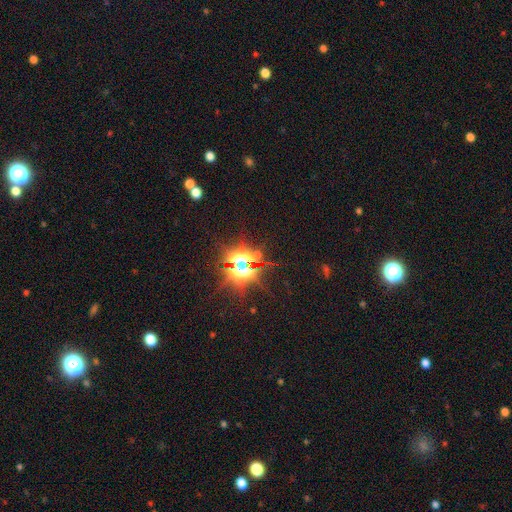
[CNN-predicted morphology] smooth_or_featured: star or artifact (p=0.82) [alt: smooth p=0.10]